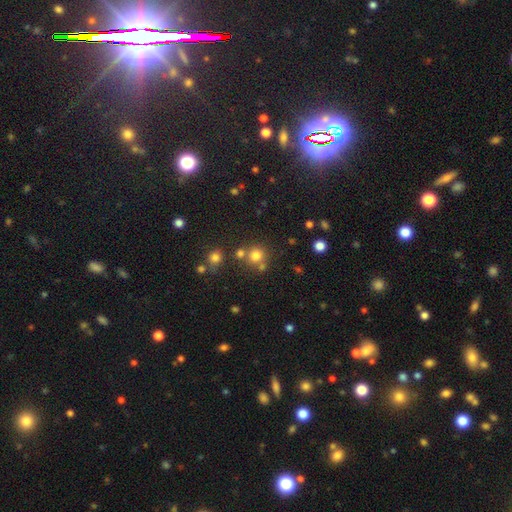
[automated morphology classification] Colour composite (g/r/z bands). It shows a smooth galaxy with no disk features (75%) that is round (90%). Merging: none (68%).